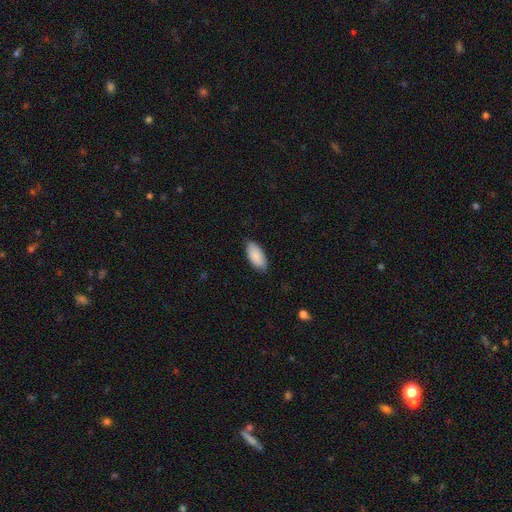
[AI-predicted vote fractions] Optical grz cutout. It shows a smooth galaxy with no disk features (89%) that is in between round and cigar-shaped (94%). Merging: none (83%).